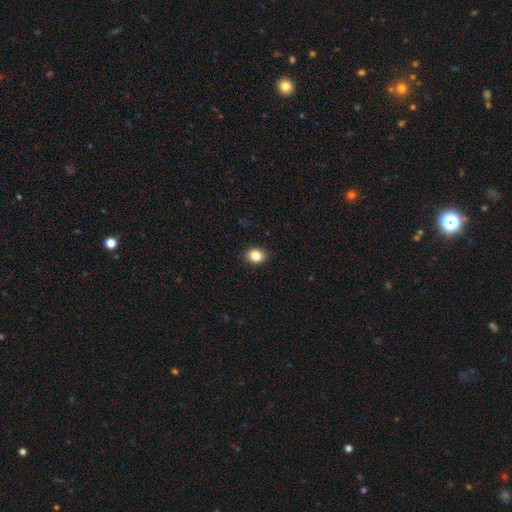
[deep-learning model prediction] A smooth galaxy with no disk features (84%) that is round (50%).

Vote fractions:
- Smooth or featured? smooth: 84% / star or artifact: 10% / featured or disk: 6%
- How rounded? round: 50% / in between: 49% / cigar-shaped: 1%
- Merging? none: 90% / minor disturbance: 7% / major disturbance: 2% / merger: 1%